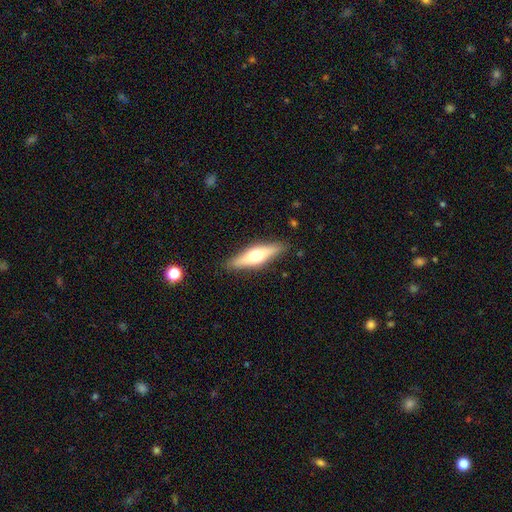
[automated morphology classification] type=featured or disk (50%); edge-on=yes (91%); merging=none (87%).